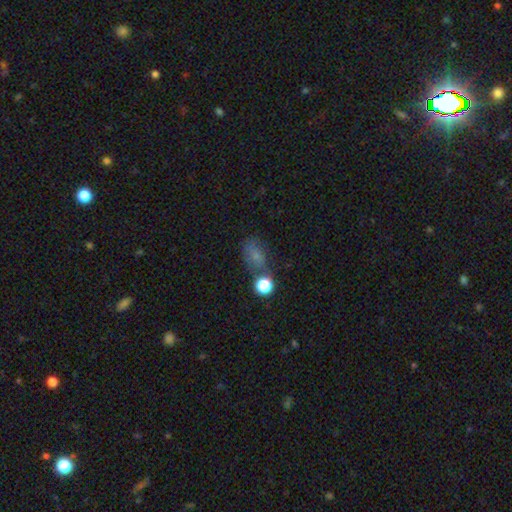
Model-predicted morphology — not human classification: smooth_or_featured: smooth (p=0.63) [alt: star or artifact p=0.22]
how_rounded: in between (p=0.71) [alt: round p=0.26]
merging: none (p=0.51) [alt: minor disturbance p=0.22]